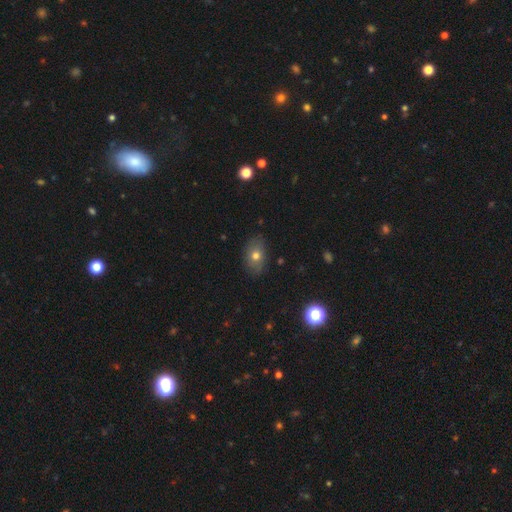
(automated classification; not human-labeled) Smooth or featured: smooth — 71% (featured or disk — 18%)
How rounded: in between — 78% (round — 21%)
Merging: none — 83% (minor disturbance — 13%)